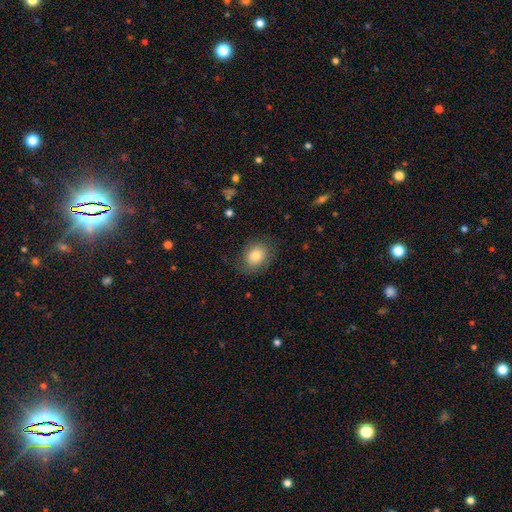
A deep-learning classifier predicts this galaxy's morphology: Smooth or featured?
  - smooth: 74% *
  - featured or disk: 18%
  - star or artifact: 8%
How rounded?
  - in between: 56% *
  - round: 43%
  - cigar-shaped: 1%
Merging?
  - none: 72% *
  - minor disturbance: 19%
  - major disturbance: 8%
  - merger: 1%